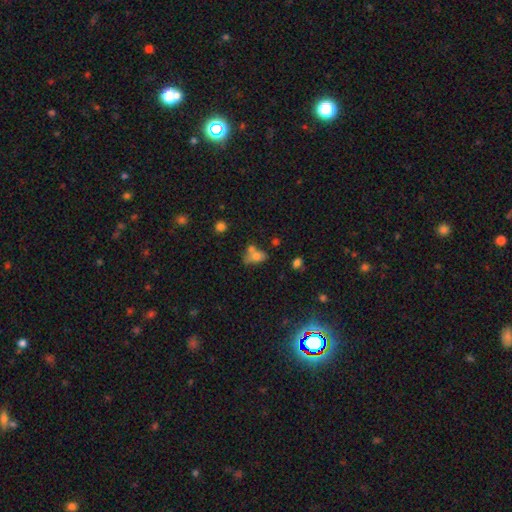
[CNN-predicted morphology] Q: Smooth or featured?
A: smooth (69%); runner-up: featured or disk (19%)
Q: How rounded?
A: in between (78%); runner-up: round (19%)
Q: Merging?
A: merger (41%); runner-up: none (33%)